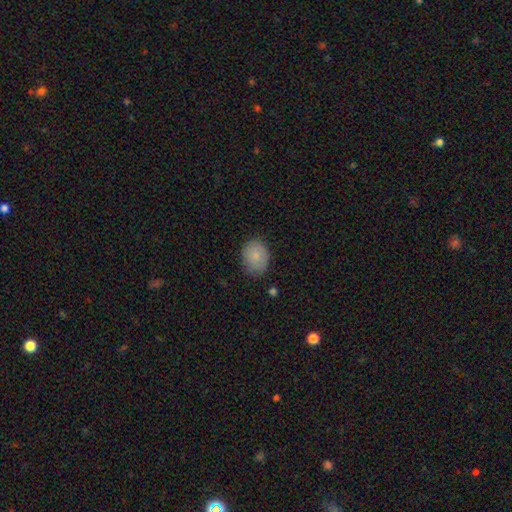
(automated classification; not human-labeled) Overall: smooth (84%). How rounded: in between (60%; round 39%). Merging: none (78%).